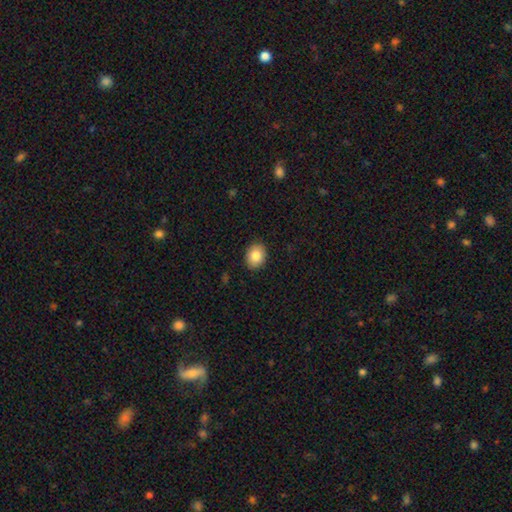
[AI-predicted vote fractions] Smooth or featured: smooth — 84% (star or artifact — 8%)
How rounded: in between — 50% (round — 49%)
Merging: none — 90% (minor disturbance — 8%)